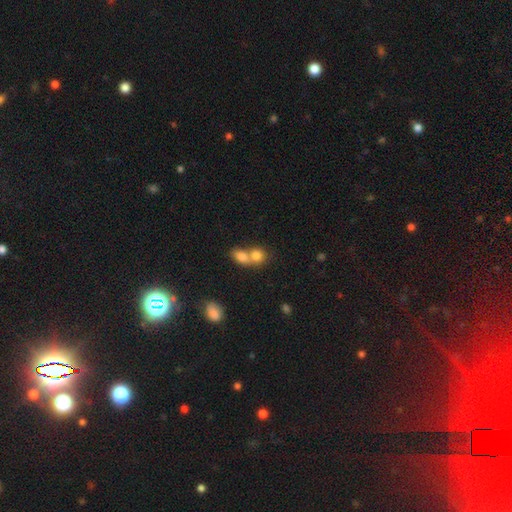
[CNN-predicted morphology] smooth_or_featured: smooth (p=0.79) [alt: featured or disk p=0.12]
how_rounded: round (p=0.60) [alt: in between p=0.39]
merging: merger (p=0.68) [alt: none p=0.24]